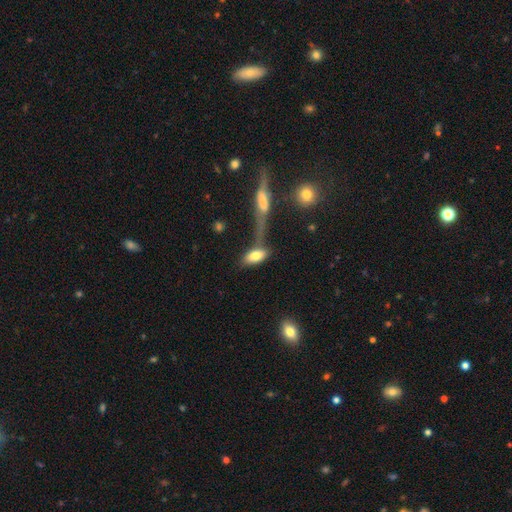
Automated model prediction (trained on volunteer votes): Smooth or featured: smooth — 77% (featured or disk — 16%)
How rounded: in between — 86% (cigar-shaped — 11%)
Merging: none — 44% (merger — 30%)